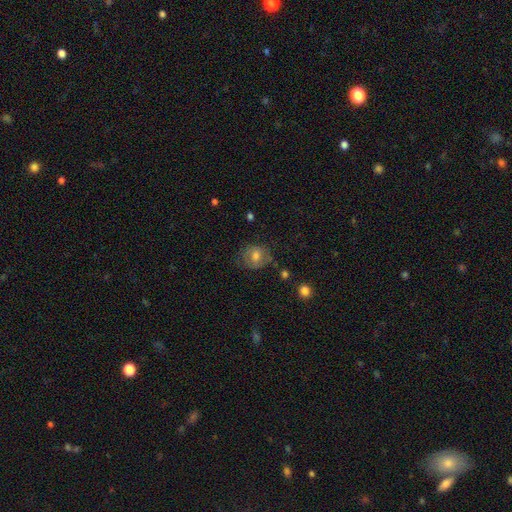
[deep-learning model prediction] Smooth or featured? smooth (70%)
How rounded? round (67%)
Merging? none (66%)